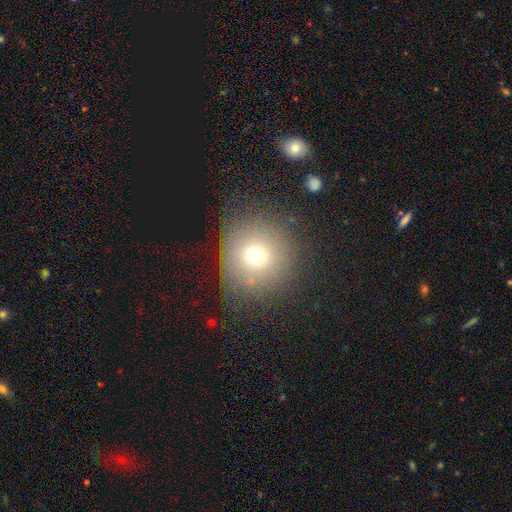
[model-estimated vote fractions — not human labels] smooth-or-featured: smooth: 69% | star or artifact: 17% | featured or disk: 13%
  how-rounded: round: 91% | in between: 8% | cigar-shaped: 1%
  merging: none: 79% | minor disturbance: 13% | major disturbance: 6% | merger: 3%